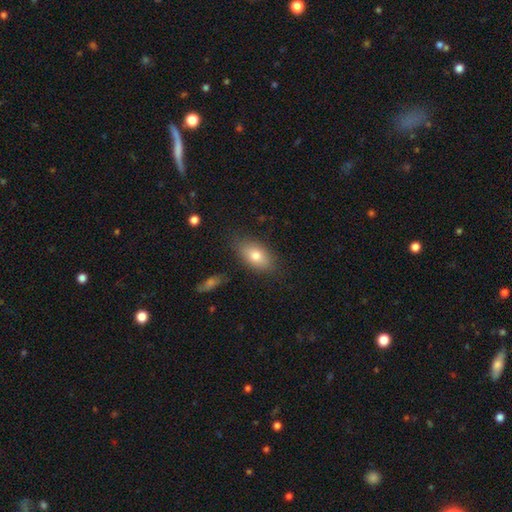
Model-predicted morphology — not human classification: Q: Smooth or featured?
A: smooth (77%); runner-up: featured or disk (15%)
Q: How rounded?
A: in between (89%); runner-up: round (6%)
Q: Merging?
A: none (80%); runner-up: minor disturbance (14%)